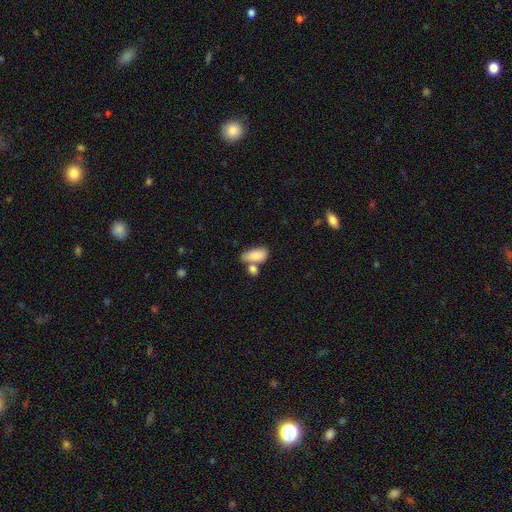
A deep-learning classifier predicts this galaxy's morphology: The model was most divided on "merging": merger: 40%, none: 39%, minor disturbance: 14%, major disturbance: 6%. More confident: how rounded — in between (90%); smooth or featured — smooth (84%).